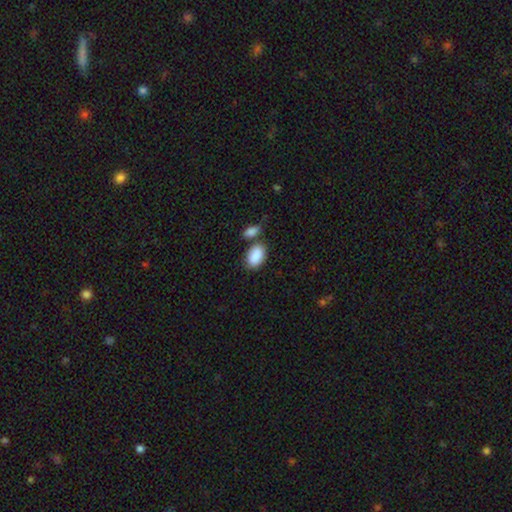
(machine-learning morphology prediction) Overall: smooth (89%). How rounded: in between (90%). Merging: none (58%; merger 23%).